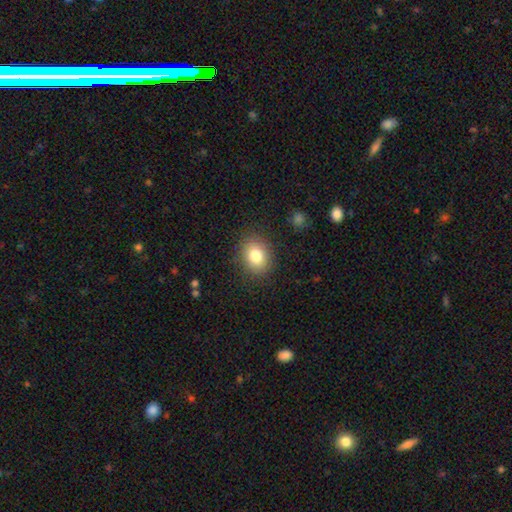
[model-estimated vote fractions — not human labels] smooth-or-featured: smooth: 81% | star or artifact: 10% | featured or disk: 9%
  how-rounded: in between: 54% | round: 45% | cigar-shaped: 1%
  merging: none: 86% | minor disturbance: 9% | major disturbance: 3% | merger: 1%